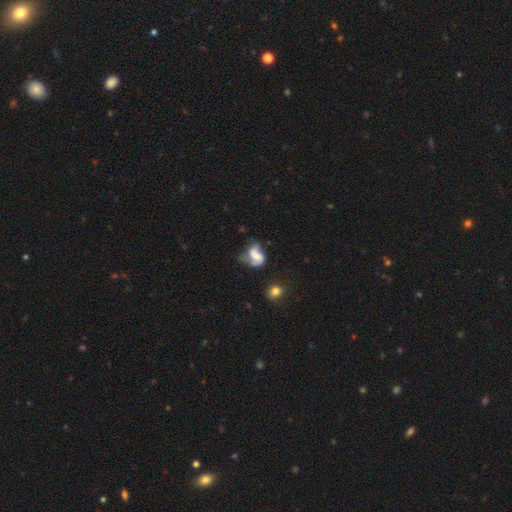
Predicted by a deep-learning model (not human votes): Smooth or featured: featured or disk — 48% (smooth — 42%)
Merging: major disturbance — 33% (none — 28%)